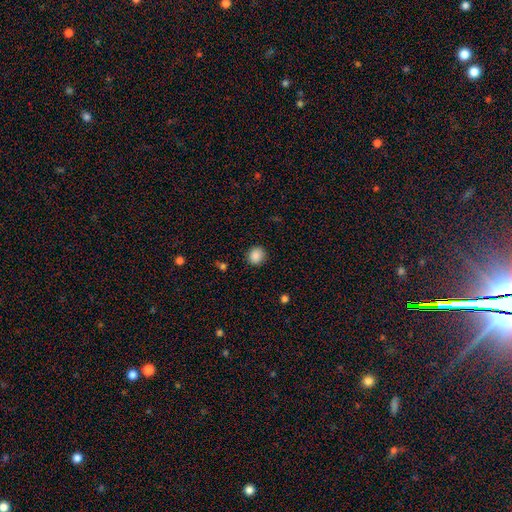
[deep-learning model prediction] smooth-or-featured: smooth: 88% | star or artifact: 9% | featured or disk: 3%
  how-rounded: round: 87% | in between: 12% | cigar-shaped: 1%
  merging: none: 89% | minor disturbance: 7% | major disturbance: 2% | merger: 1%